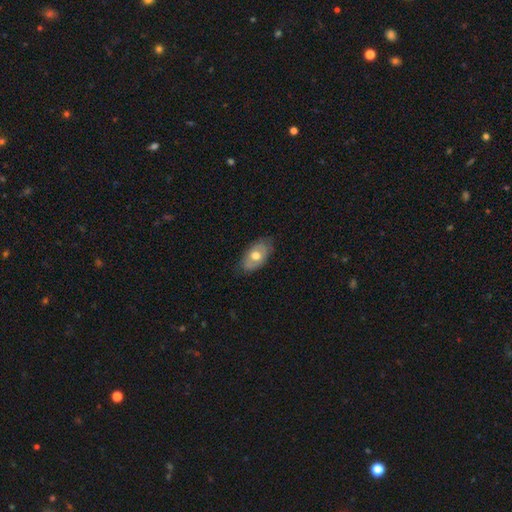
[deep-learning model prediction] This is possibly a smooth galaxy (55%). How rounded: clearly in between (91%). Merging: likely none (75%).